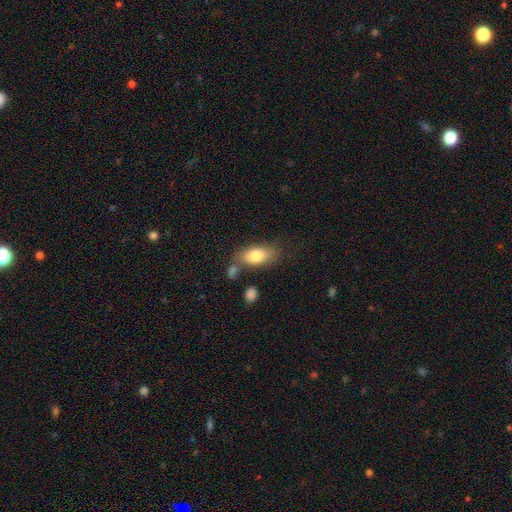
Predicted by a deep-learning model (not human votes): smooth-or-featured: smooth: 79% | featured or disk: 14% | star or artifact: 7%
  how-rounded: in between: 88% | cigar-shaped: 6% | round: 6%
  merging: none: 66% | minor disturbance: 17% | merger: 12% | major disturbance: 5%